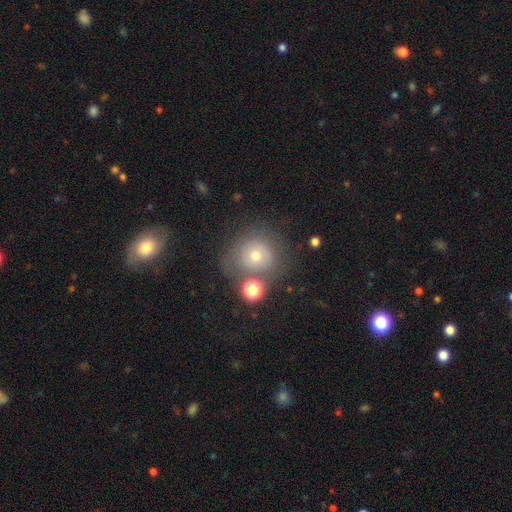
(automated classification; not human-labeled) Smooth or featured? smooth (56%)
How rounded? round (88%)
Merging? none (64%)